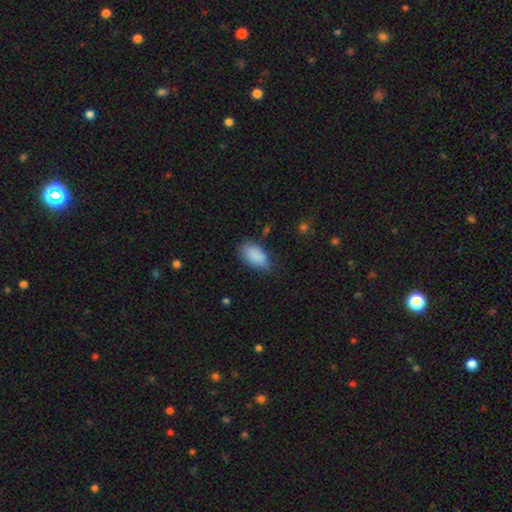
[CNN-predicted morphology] Overall: smooth (88%). How rounded: in between (93%). Merging: none (68%).